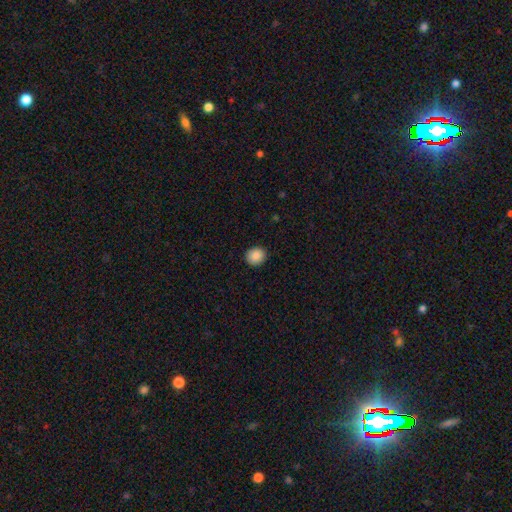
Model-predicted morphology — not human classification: Smooth or featured? smooth (88%)
How rounded? round (79%)
Merging? none (91%)